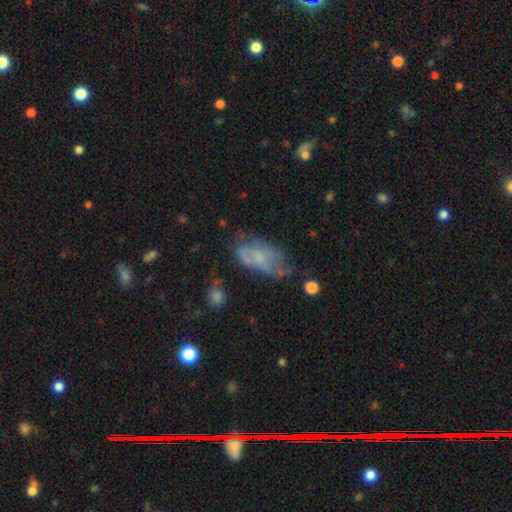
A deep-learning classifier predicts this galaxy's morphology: Smooth or featured? smooth (48%)
Merging? none (42%)